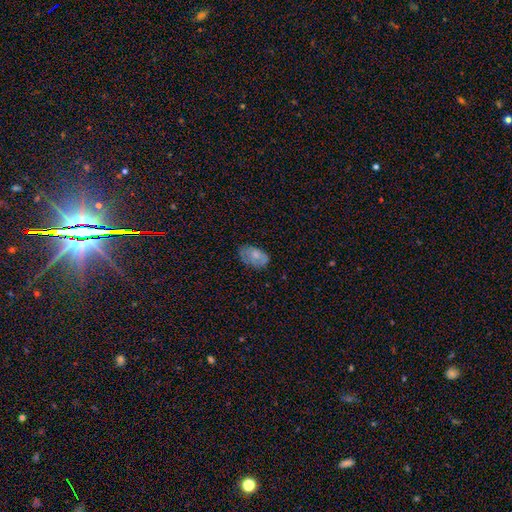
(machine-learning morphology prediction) smooth_or_featured: smooth (p=0.69) [alt: featured or disk p=0.22]
how_rounded: in between (p=0.91) [alt: round p=0.07]
merging: none (p=0.60) [alt: minor disturbance p=0.29]